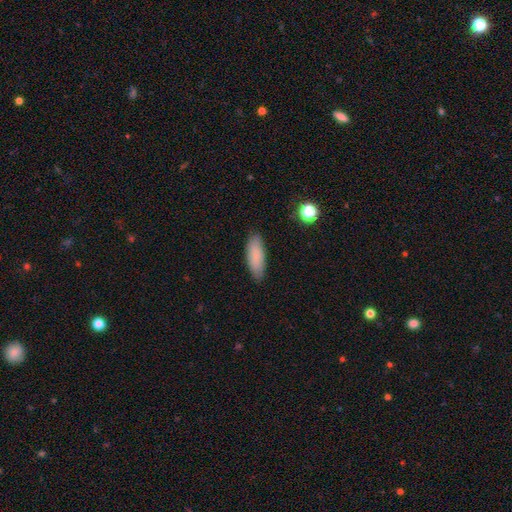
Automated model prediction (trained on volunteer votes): Smooth or featured? Predicted: smooth (p=0.85). How rounded? Predicted: in between (p=0.64). Merging? Predicted: none (p=0.86).